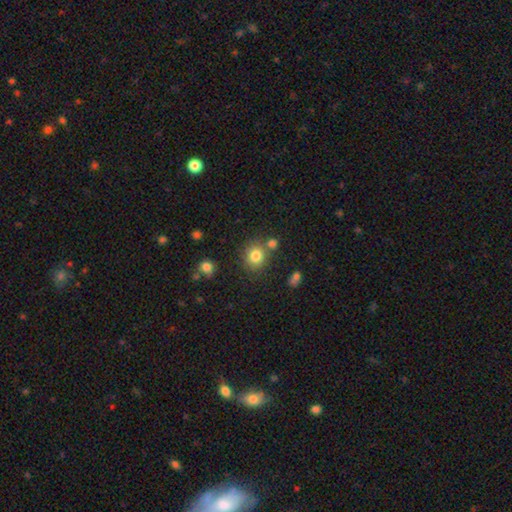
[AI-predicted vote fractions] smooth-or-featured: smooth: 81% | star or artifact: 12% | featured or disk: 7%
  how-rounded: round: 84% | in between: 15% | cigar-shaped: 1%
  merging: none: 73% | merger: 13% | minor disturbance: 10% | major disturbance: 4%